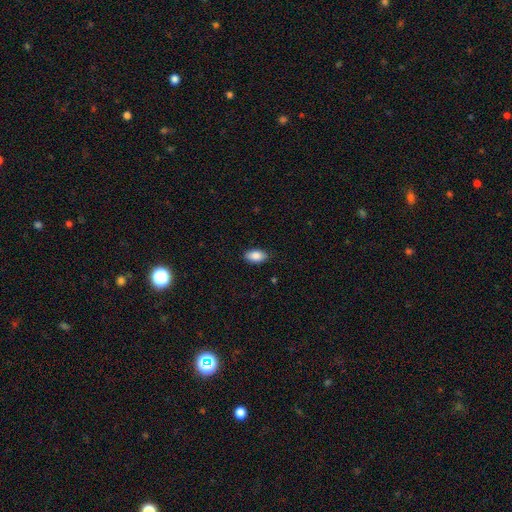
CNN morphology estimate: Overall: smooth (87%). How rounded: in between (92%). Merging: none (86%).